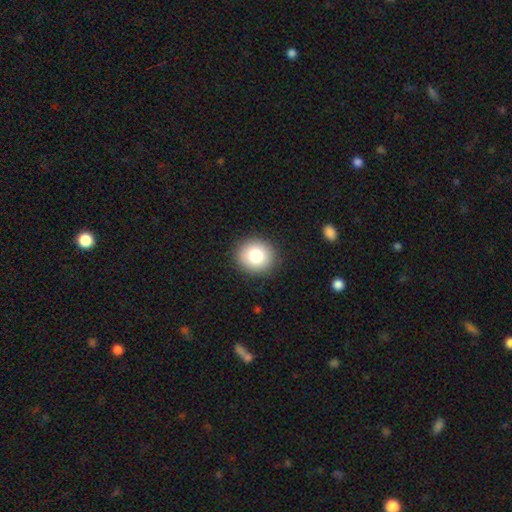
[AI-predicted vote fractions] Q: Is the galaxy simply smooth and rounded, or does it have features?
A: smooth — 82%.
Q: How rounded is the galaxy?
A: round — 87%.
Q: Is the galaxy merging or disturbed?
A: none — 90%.